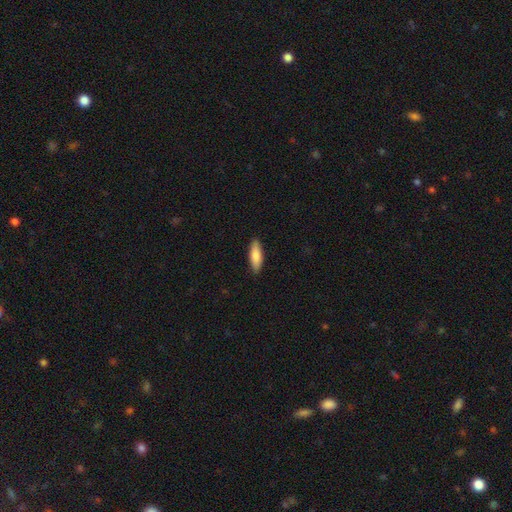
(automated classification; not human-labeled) Smooth or featured?
  - smooth: 84% *
  - featured or disk: 11%
  - star or artifact: 5%
How rounded?
  - in between: 50% *
  - cigar-shaped: 48%
  - round: 2%
Merging?
  - none: 89% *
  - minor disturbance: 8%
  - major disturbance: 2%
  - merger: 1%